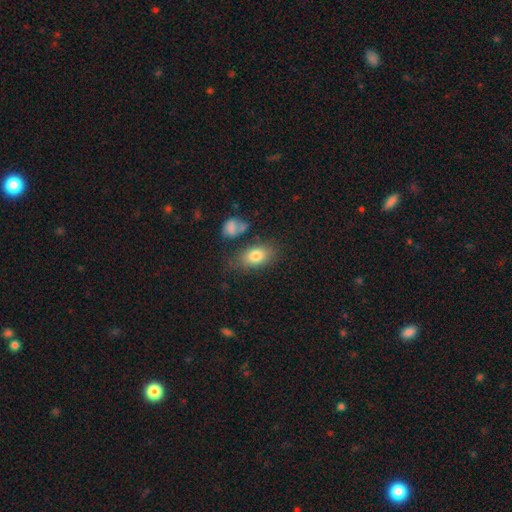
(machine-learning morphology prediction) smooth_or_featured: smooth (p=0.81) [alt: featured or disk p=0.11]
how_rounded: in between (p=0.86) [alt: round p=0.12]
merging: none (p=0.67) [alt: minor disturbance p=0.19]